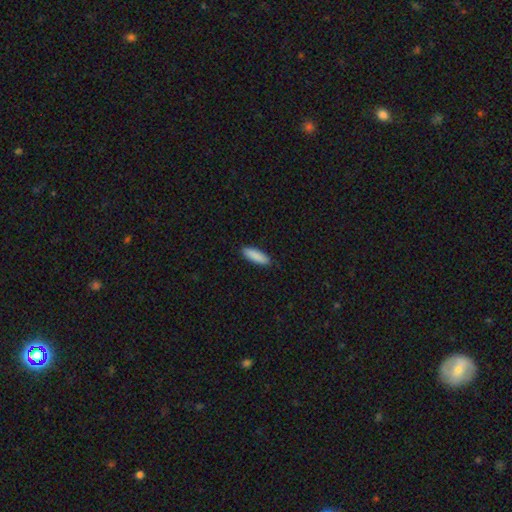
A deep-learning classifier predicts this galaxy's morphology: Q: Smooth or featured?
A: smooth (90%); runner-up: star or artifact (6%)
Q: How rounded?
A: cigar-shaped (51%); runner-up: in between (47%)
Q: Merging?
A: none (90%); runner-up: minor disturbance (8%)